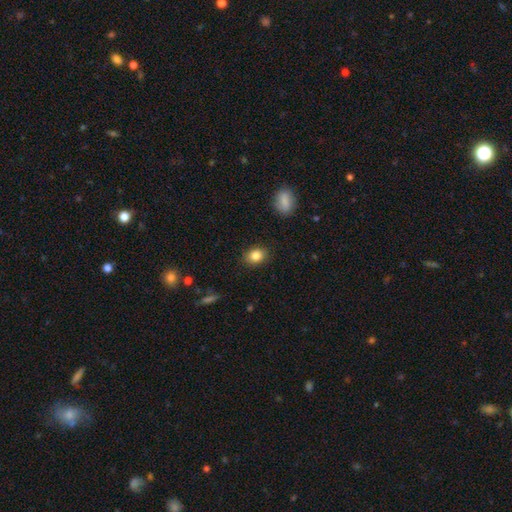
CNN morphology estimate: type=smooth (84%); roundness=in between (59%); merging=none (88%).